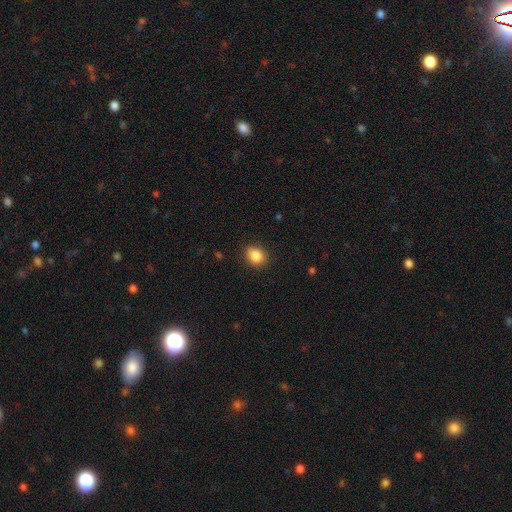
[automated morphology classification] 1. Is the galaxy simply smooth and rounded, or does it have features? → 86% smooth, 10% star or artifact, 5% featured or disk.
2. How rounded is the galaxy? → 60% round, 39% in between, 1% cigar-shaped.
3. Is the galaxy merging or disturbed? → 87% none, 10% minor disturbance, 2% major disturbance, 1% merger.